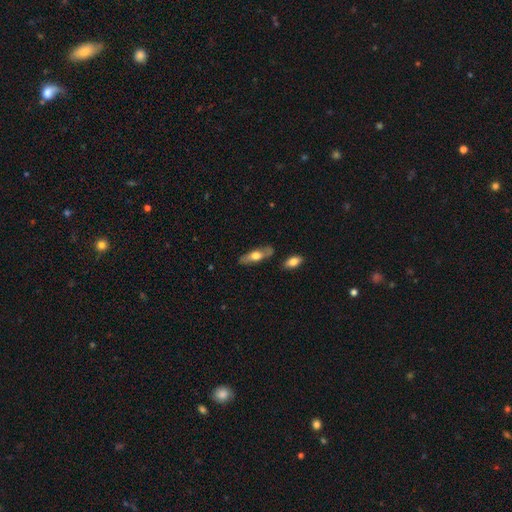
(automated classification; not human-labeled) This appears to be a smooth galaxy with no disk features (50%) that is in between round and cigar-shaped (55%). Merging: none (79%).